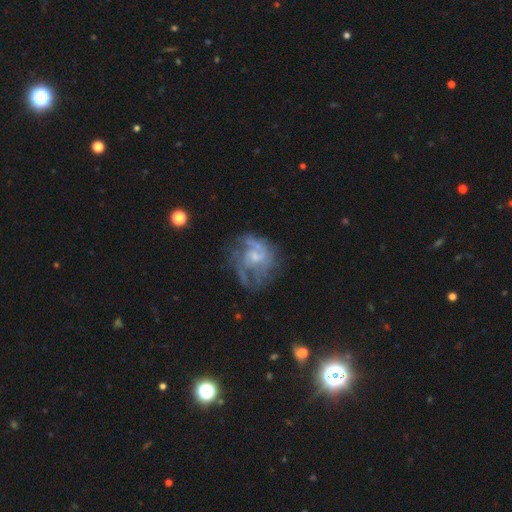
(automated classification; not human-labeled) A featured or disk galaxy (73%) with no bar (66%), spiral arms (69%) and a small central bulge (48%). Merging: none (48%).